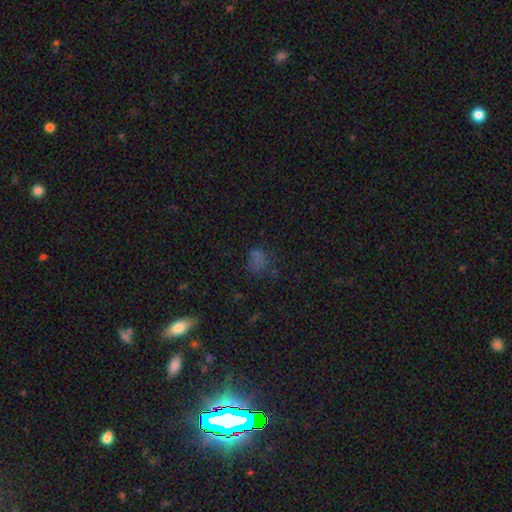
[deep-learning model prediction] This appears to be a star or artifact, not a galaxy (59%).